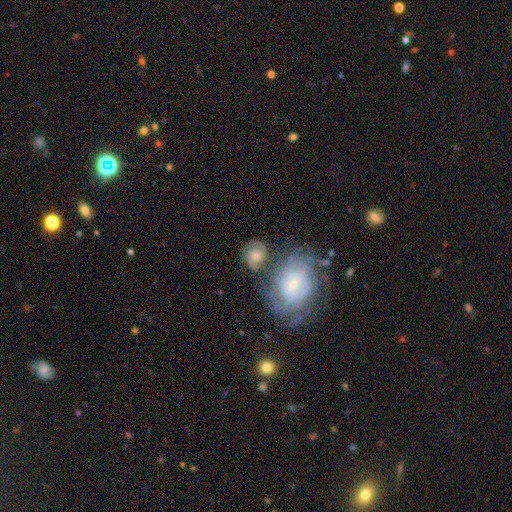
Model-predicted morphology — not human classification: Smooth or featured? Predicted: featured or disk (p=0.70). Edge-on disk? Predicted: no (p=0.97). Bar? Predicted: no (p=0.62). Spiral arms? Predicted: yes (p=0.90). Spiral winding? Predicted: tight (p=0.52). Spiral arm count? Predicted: 2 (p=0.56). Bulge size? Predicted: moderate (p=0.45). Merging? Predicted: none (p=0.48).